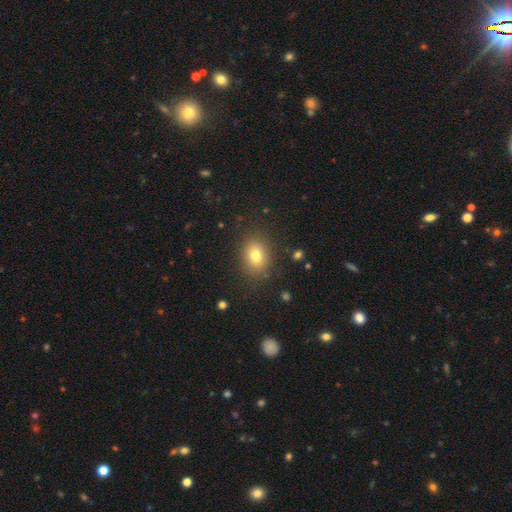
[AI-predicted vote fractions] Smooth or featured: smooth — 77% (star or artifact — 13%)
How rounded: in between — 53% (round — 46%)
Merging: none — 84% (minor disturbance — 10%)